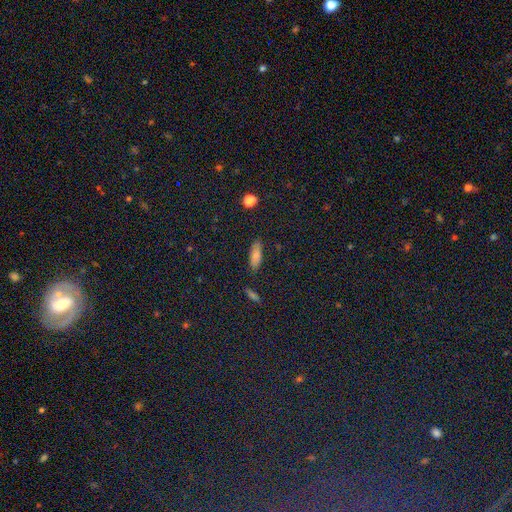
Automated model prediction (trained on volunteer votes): A smooth galaxy with no disk features (77%) that is in between round and cigar-shaped (71%). Merging: none (82%).